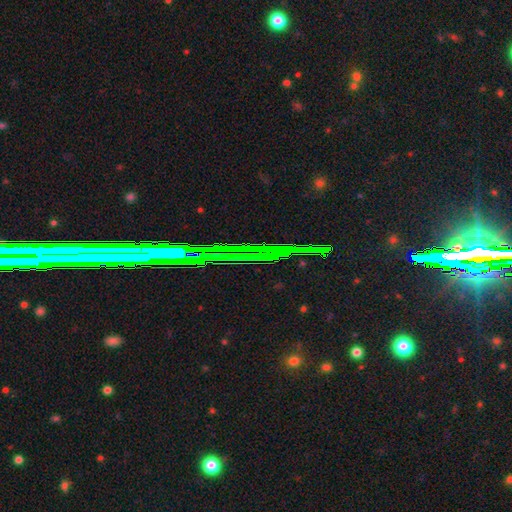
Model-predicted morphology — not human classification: A star or artifact, not a galaxy (73%).

Vote fractions:
- Smooth or featured? star or artifact: 73% / featured or disk: 14% / smooth: 13%